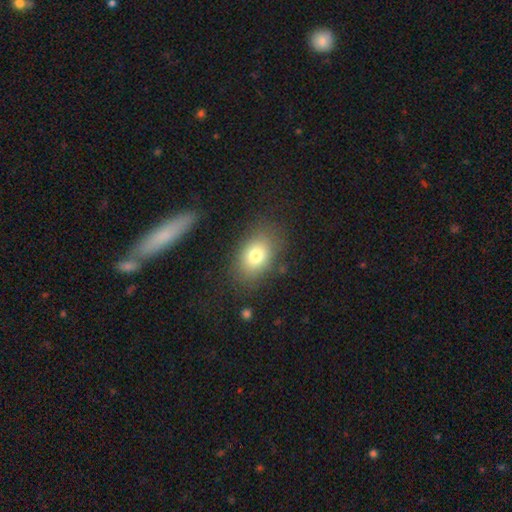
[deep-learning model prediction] smooth 76%, featured or disk 13%, star or artifact 11%. Down the decision tree: how rounded — in between (75%); merging — none (80%).